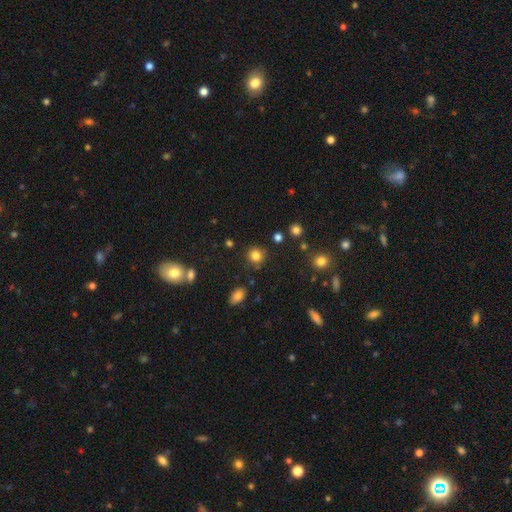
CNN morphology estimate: Q: Smooth or featured?
A: smooth (82%); runner-up: star or artifact (13%)
Q: How rounded?
A: round (88%); runner-up: in between (11%)
Q: Merging?
A: none (83%); runner-up: minor disturbance (10%)